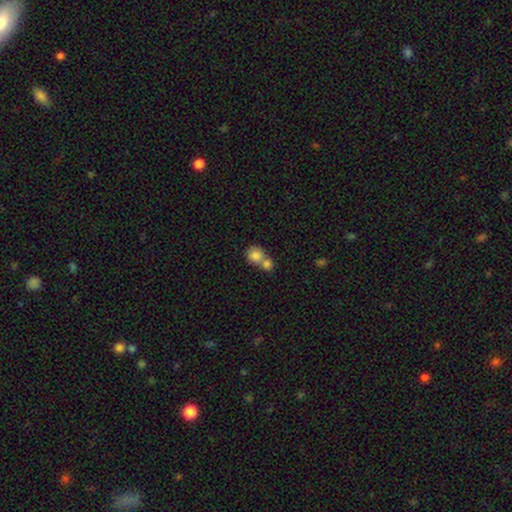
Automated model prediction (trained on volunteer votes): Morphology: type=smooth (81%); roundness=round (80%); merging=merger (62%).